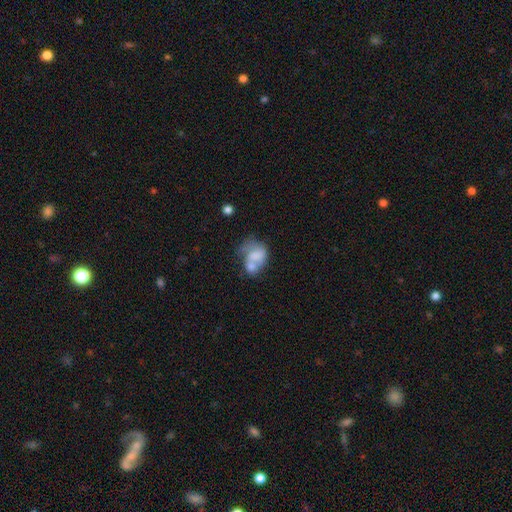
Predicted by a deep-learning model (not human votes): Morphology: type=smooth (57%); roundness=in between (64%); merging=merger (50%).